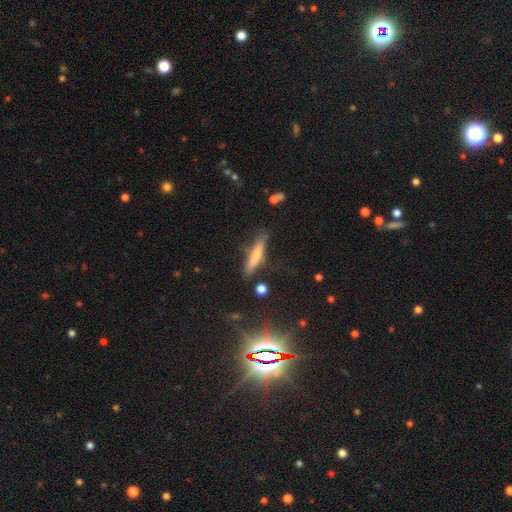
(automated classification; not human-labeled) A smooth galaxy with no disk features (60%) that is cigar-shaped (86%). Merging: none (77%).